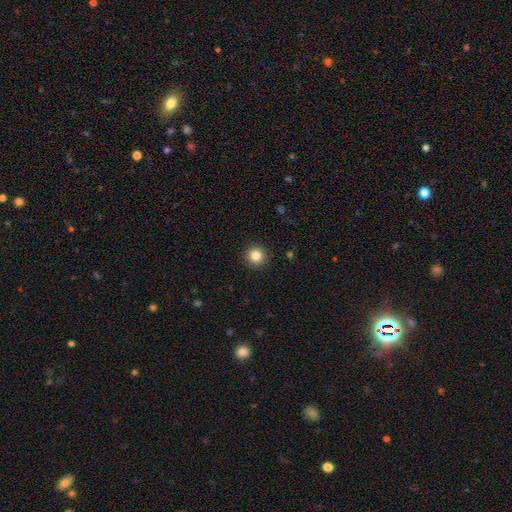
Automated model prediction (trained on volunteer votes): This is clearly a smooth galaxy (84%). How rounded: clearly round (94%). Merging: clearly none (92%).